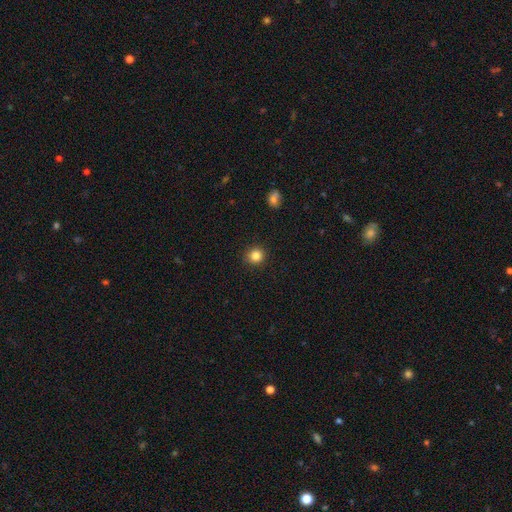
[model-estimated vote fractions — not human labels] The model was most divided on "smooth or featured": smooth: 84%, star or artifact: 11%, featured or disk: 4%. More confident: merging — none (91%); how rounded — round (89%).